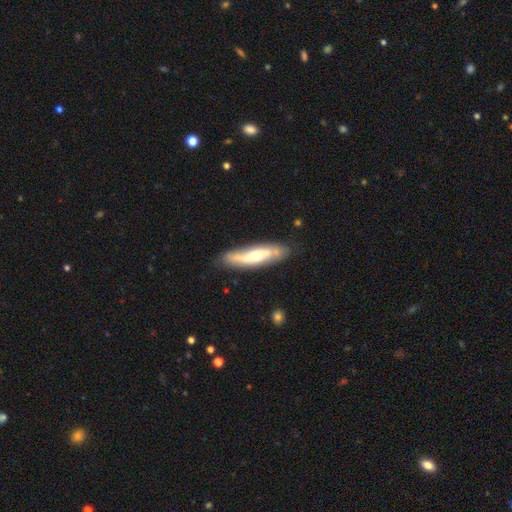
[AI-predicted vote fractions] Smooth or featured? Predicted: featured or disk (p=0.61). Edge-on disk? Predicted: no (p=0.52). Merging? Predicted: none (p=0.80).